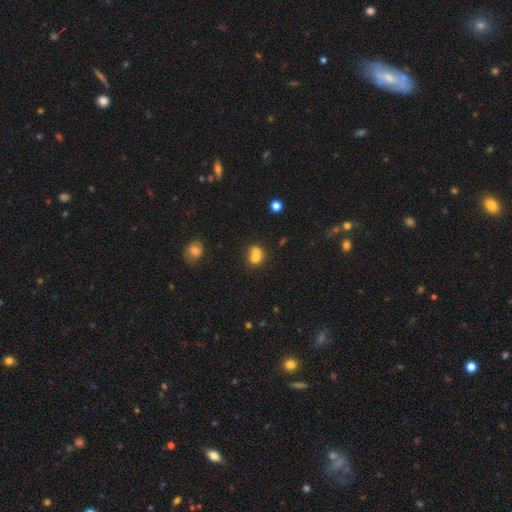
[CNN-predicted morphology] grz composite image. It shows a smooth galaxy with no disk features (69%) that is round (71%). Merging: merger (63%).